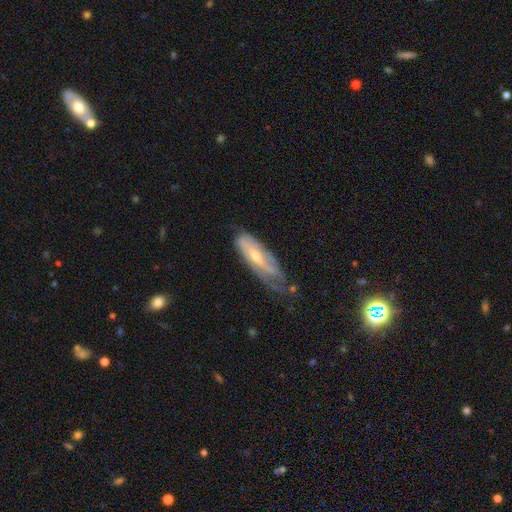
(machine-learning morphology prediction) Overall: featured or disk (66%; smooth 27%). Edge-on disk: no (76%). Bar: no (48%; weak 36%). Spiral arms: yes (75%). Bulge size: moderate (49%; small 47%). Merging: none (42%; minor disturbance 35%).